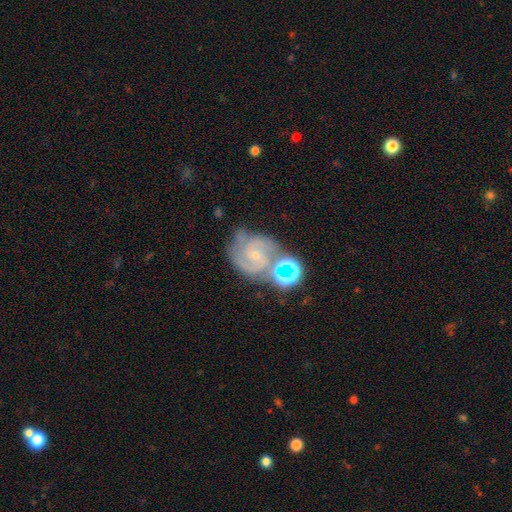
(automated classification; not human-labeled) featured or disk 82%, star or artifact 10%, smooth 8%. Down the decision tree: edge-on disk — no (98%); bar — no (69%); spiral arms — yes (96%); spiral arm count — 3 (37%); spiral winding — tight (55%); bulge size — small (73%); merging — none (45%).